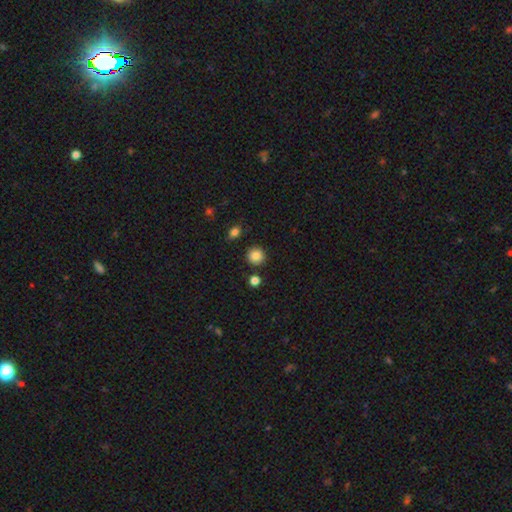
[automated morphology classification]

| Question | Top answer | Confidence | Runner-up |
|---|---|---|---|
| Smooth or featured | smooth | 84% | star or artifact (10%) |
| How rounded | round | 94% | in between (5%) |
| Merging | none | 89% | minor disturbance (6%) |